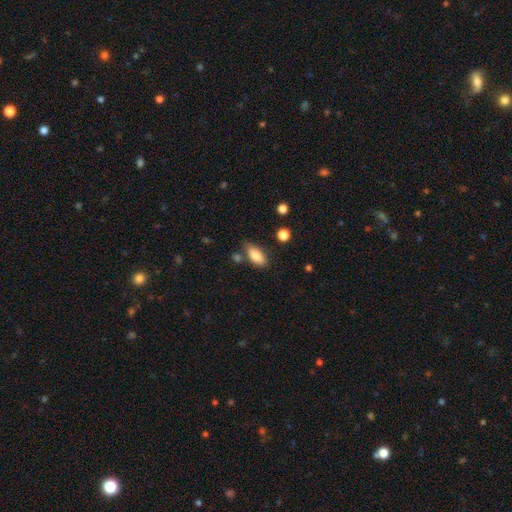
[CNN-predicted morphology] Overall: smooth (82%). How rounded: in between (86%). Merging: none (70%).